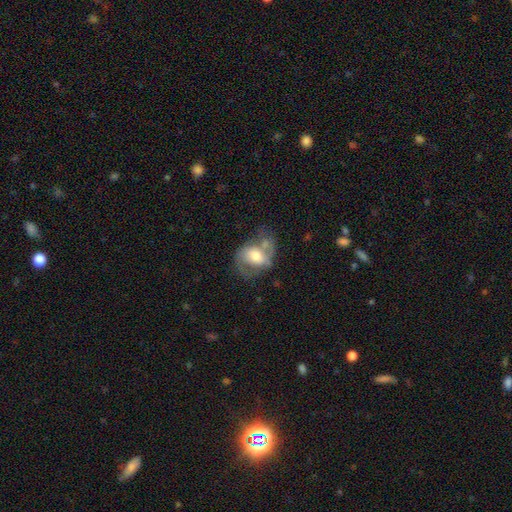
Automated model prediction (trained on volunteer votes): The model was most divided on "merging": none: 37%, minor disturbance: 24%, major disturbance: 22%, merger: 17%. More confident: edge-on disk — no (96%); spiral arms — yes (67%); bulge size — moderate (64%); smooth or featured — featured or disk (58%); bar — no (51%).